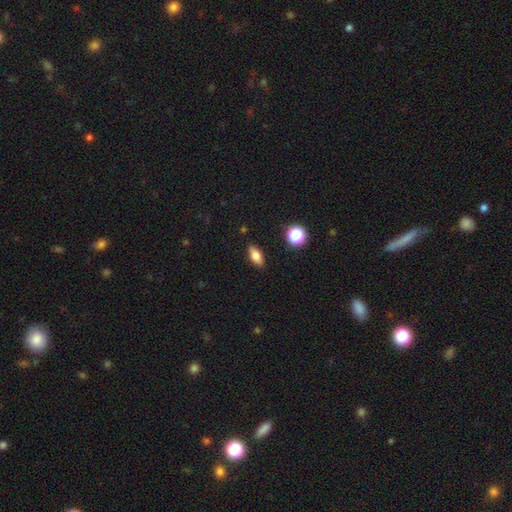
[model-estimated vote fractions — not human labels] Smooth or featured: smooth — 76% (featured or disk — 14%)
How rounded: in between — 81% (cigar-shaped — 13%)
Merging: none — 86% (minor disturbance — 10%)